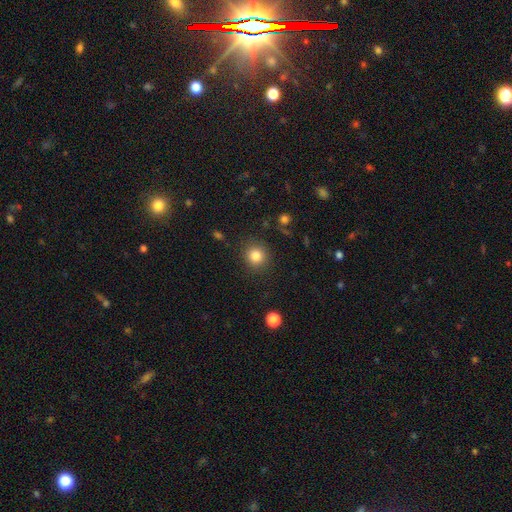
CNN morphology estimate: smooth 83%, star or artifact 11%, featured or disk 5%. Down the decision tree: how rounded — round (92%); merging — none (89%).